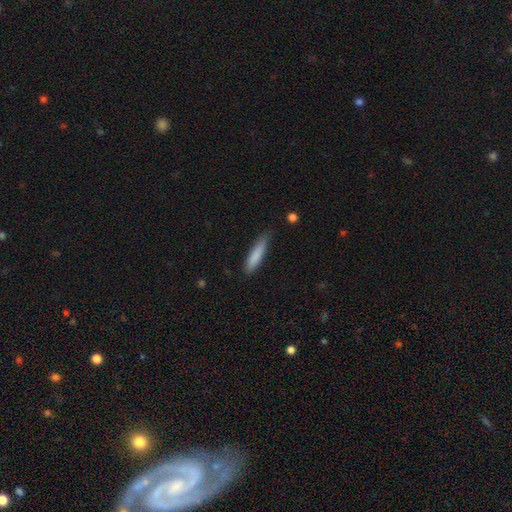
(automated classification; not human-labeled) A smooth galaxy with no disk features (84%) that is cigar-shaped (83%). Merging: none (74%).